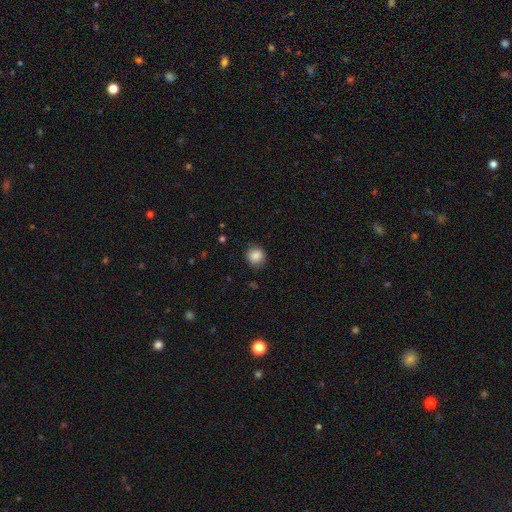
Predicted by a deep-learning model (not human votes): smooth 87%, star or artifact 9%, featured or disk 4%. Down the decision tree: how rounded — round (90%); merging — none (87%).